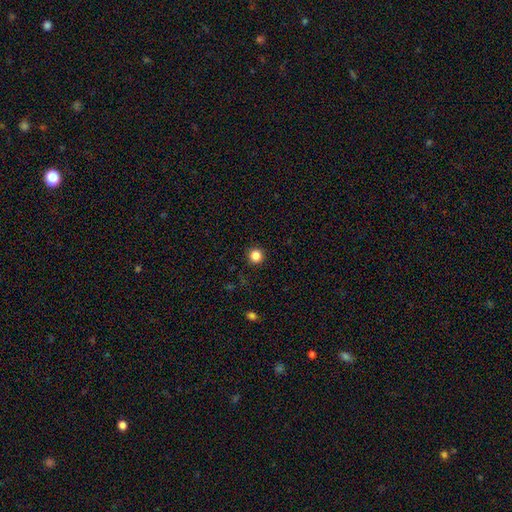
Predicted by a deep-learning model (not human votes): This is clearly a smooth galaxy (86%). How rounded: clearly round (95%). Merging: clearly none (92%).